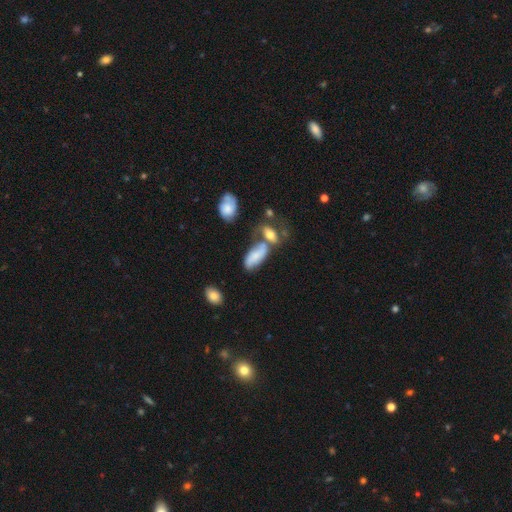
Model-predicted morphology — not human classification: Smooth or featured? smooth (64%)
How rounded? in between (83%)
Merging? none (37%)